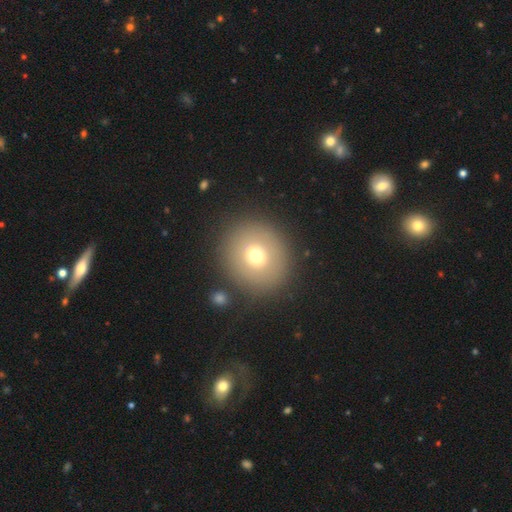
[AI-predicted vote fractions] Q: Smooth or featured?
A: smooth (70%); runner-up: featured or disk (18%)
Q: How rounded?
A: round (88%); runner-up: in between (11%)
Q: Merging?
A: none (86%); runner-up: minor disturbance (7%)